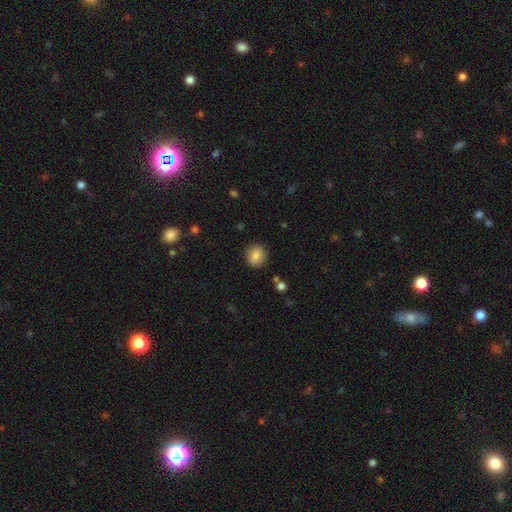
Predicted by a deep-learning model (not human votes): smooth_or_featured: smooth (p=0.83) [alt: star or artifact p=0.09]
how_rounded: round (p=0.76) [alt: in between p=0.23]
merging: none (p=0.88) [alt: minor disturbance p=0.08]